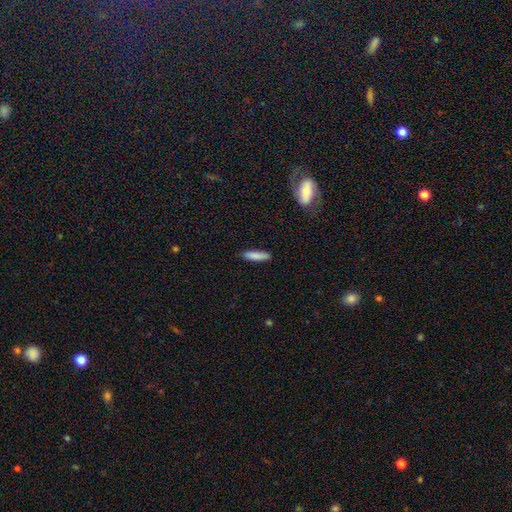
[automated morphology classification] A smooth galaxy with no disk features (85%) that is cigar-shaped (76%).

Vote fractions:
- Smooth or featured? smooth: 85% / featured or disk: 9% / star or artifact: 6%
- How rounded? cigar-shaped: 76% / in between: 23% / round: 1%
- Merging? none: 86% / minor disturbance: 11% / major disturbance: 2% / merger: 1%